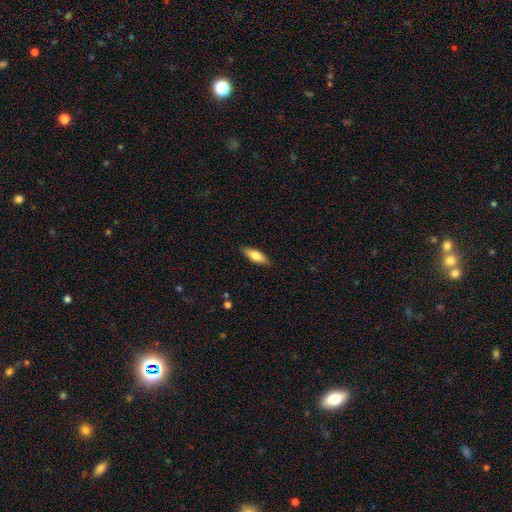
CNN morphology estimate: Smooth or featured?
  - smooth: 74% *
  - featured or disk: 20%
  - star or artifact: 6%
How rounded?
  - in between: 65% *
  - cigar-shaped: 33%
  - round: 2%
Merging?
  - none: 88% *
  - minor disturbance: 9%
  - major disturbance: 2%
  - merger: 1%